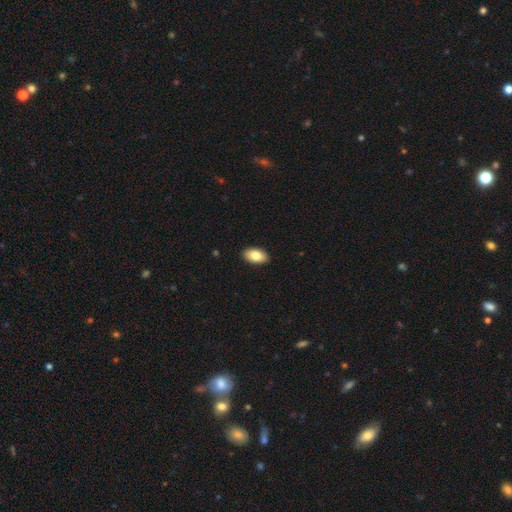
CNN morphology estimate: This appears to be a smooth galaxy with no disk features (83%) that is in between round and cigar-shaped (94%). Merging: none (91%).